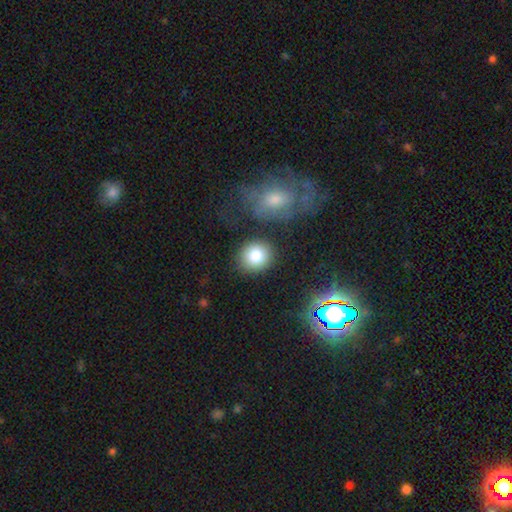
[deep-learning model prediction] A smooth galaxy with no disk features (83%) that is round (78%).

Vote fractions:
- Smooth or featured? smooth: 83% / star or artifact: 9% / featured or disk: 8%
- How rounded? round: 78% / in between: 21% / cigar-shaped: 1%
- Merging? none: 81% / minor disturbance: 10% / merger: 6% / major disturbance: 3%